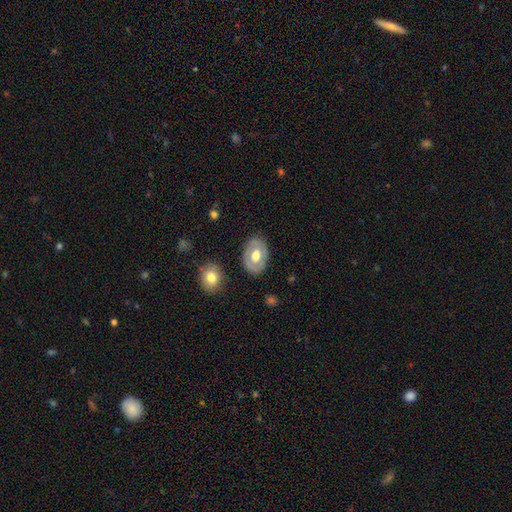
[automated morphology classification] Smooth or featured: featured or disk — 47% (tied with smooth — 47%)
Merging: none — 82% (minor disturbance — 12%)